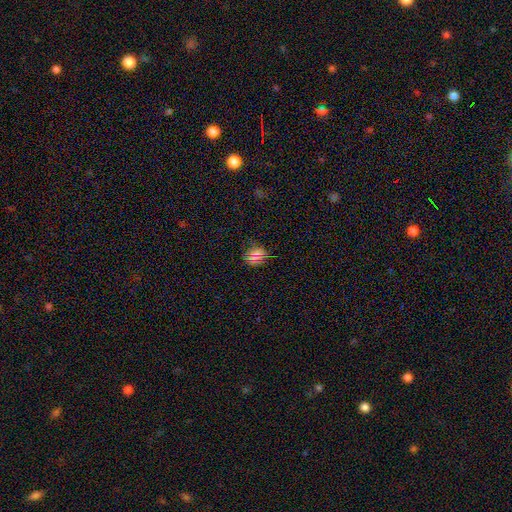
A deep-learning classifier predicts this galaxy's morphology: Overall: smooth (64%; star or artifact 29%). How rounded: round (70%). Merging: none (84%).